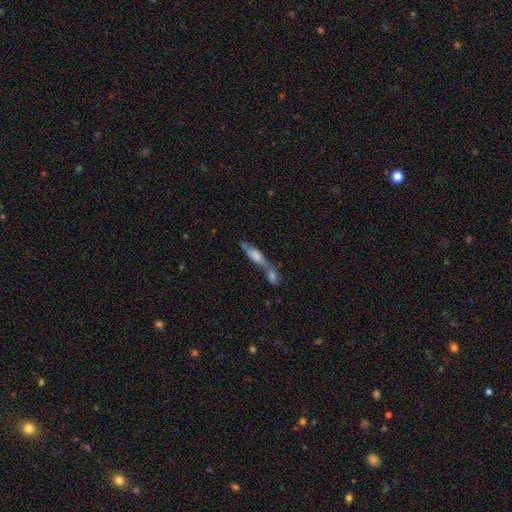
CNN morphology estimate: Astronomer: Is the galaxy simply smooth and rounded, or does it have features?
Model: smooth — 50% (runner-up: featured or disk, 41%).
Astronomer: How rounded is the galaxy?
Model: cigar-shaped — 50% (runner-up: in between, 46%).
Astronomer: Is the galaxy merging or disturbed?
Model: merger — 71%.